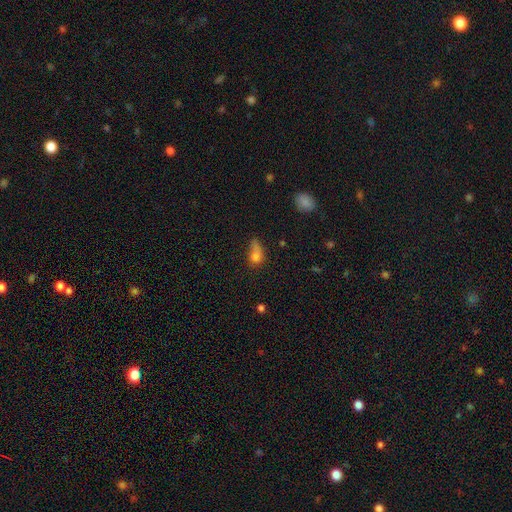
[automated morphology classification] A smooth galaxy with no disk features (72%) that is in between round and cigar-shaped (64%).

Vote fractions:
- Smooth or featured? smooth: 72% / featured or disk: 15% / star or artifact: 13%
- How rounded? in between: 64% / round: 28% / cigar-shaped: 8%
- Merging? major disturbance: 33% / none: 28% / minor disturbance: 28% / merger: 11%